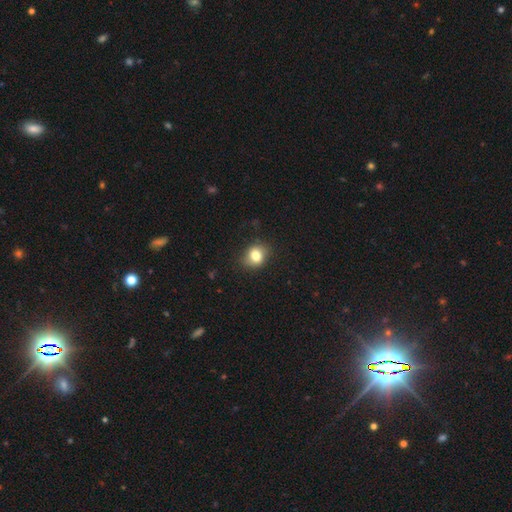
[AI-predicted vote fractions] Smooth or featured?
  - smooth: 80% *
  - star or artifact: 10%
  - featured or disk: 10%
How rounded?
  - round: 55% *
  - in between: 44%
  - cigar-shaped: 1%
Merging?
  - none: 80% *
  - minor disturbance: 15%
  - major disturbance: 4%
  - merger: 1%